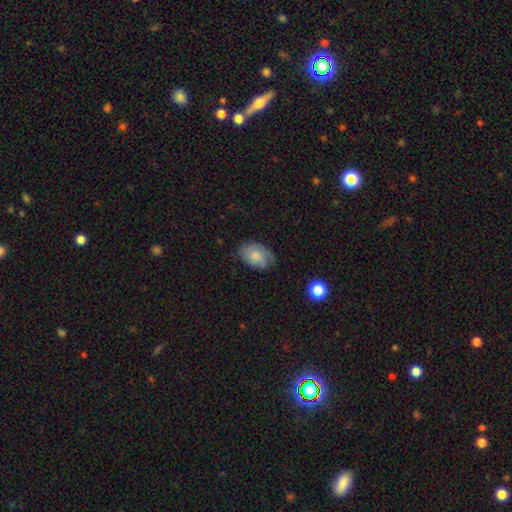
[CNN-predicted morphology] This appears to be a smooth galaxy with no disk features (66%) that is in between round and cigar-shaped (85%). Merging: none (63%).